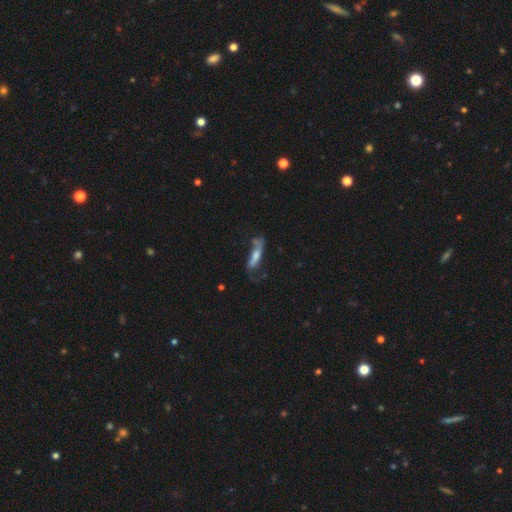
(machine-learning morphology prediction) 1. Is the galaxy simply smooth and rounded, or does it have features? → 53% featured or disk, 39% smooth, 8% star or artifact.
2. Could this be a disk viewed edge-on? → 60% no, 40% yes.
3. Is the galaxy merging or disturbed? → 45% none, 26% minor disturbance, 23% major disturbance, 6% merger.